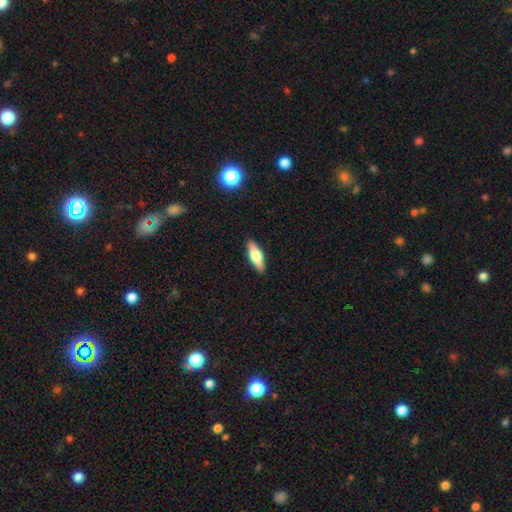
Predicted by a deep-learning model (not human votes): This is possibly a smooth galaxy (58%). How rounded: possibly in between (53%). Merging: clearly none (90%).